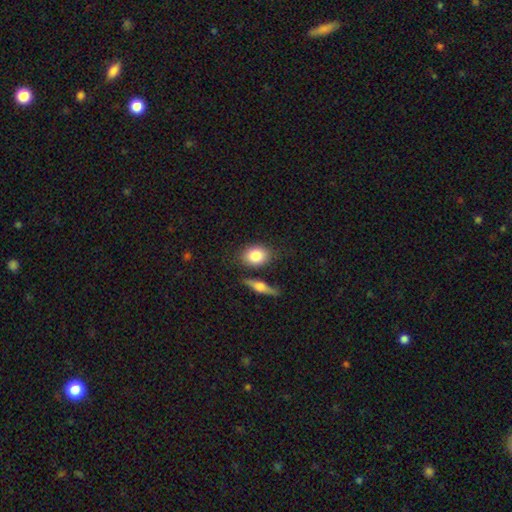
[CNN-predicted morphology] This appears to be a smooth galaxy with no disk features (81%) that is in between round and cigar-shaped (60%). Merging: none (75%).